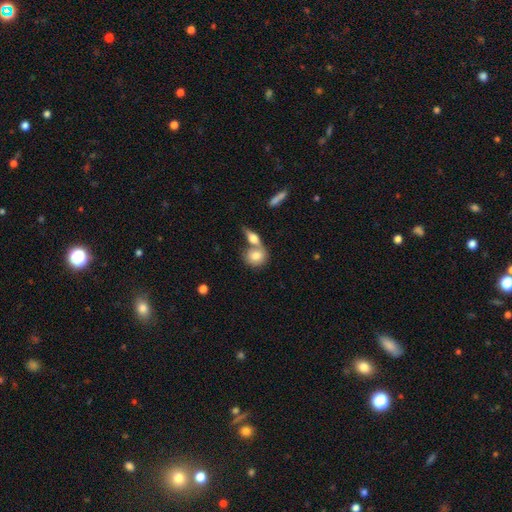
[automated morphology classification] type=smooth (78%); roundness=round (62%); merging=merger (51%).